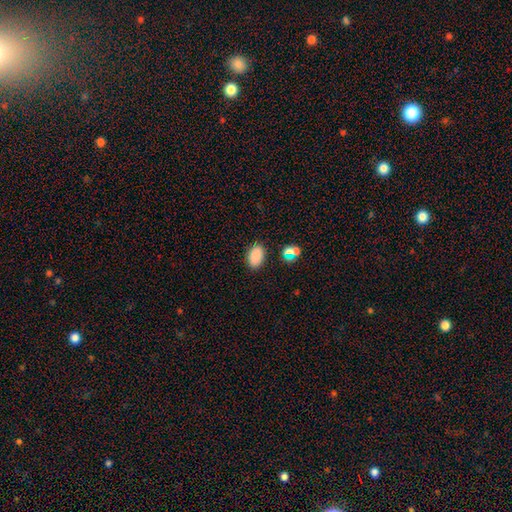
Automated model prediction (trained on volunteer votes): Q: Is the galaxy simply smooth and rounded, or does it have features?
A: smooth — 86%.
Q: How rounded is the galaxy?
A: in between — 89%.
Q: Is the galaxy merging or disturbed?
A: none — 85%.